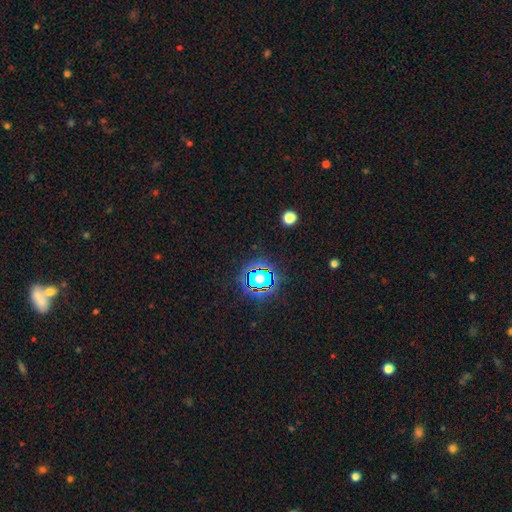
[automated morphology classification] Smooth or featured: star or artifact — 81% (smooth — 12%)